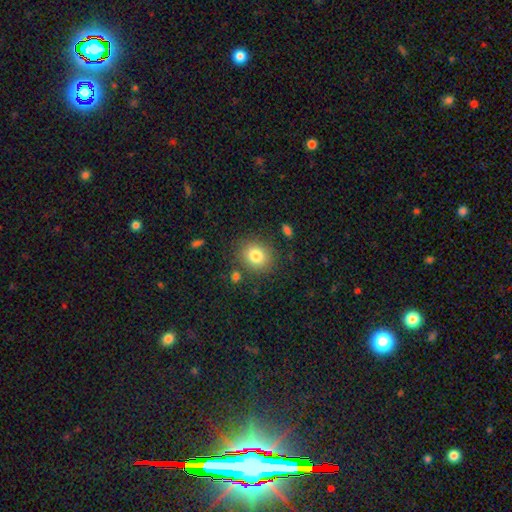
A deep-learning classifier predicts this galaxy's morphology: Smooth or featured: smooth — 81% (star or artifact — 10%)
How rounded: round — 75% (in between — 24%)
Merging: none — 83% (minor disturbance — 10%)